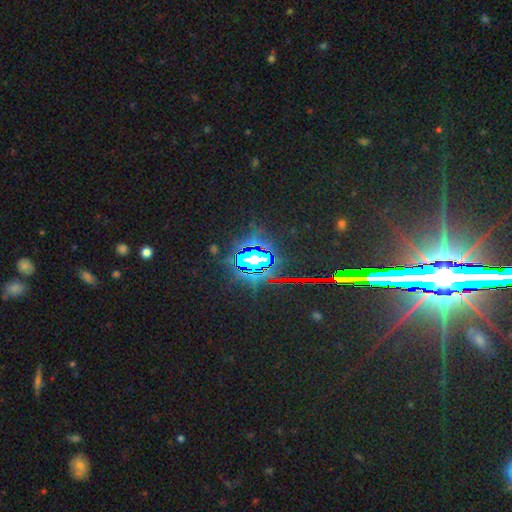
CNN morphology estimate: Smooth or featured? star or artifact (76%)